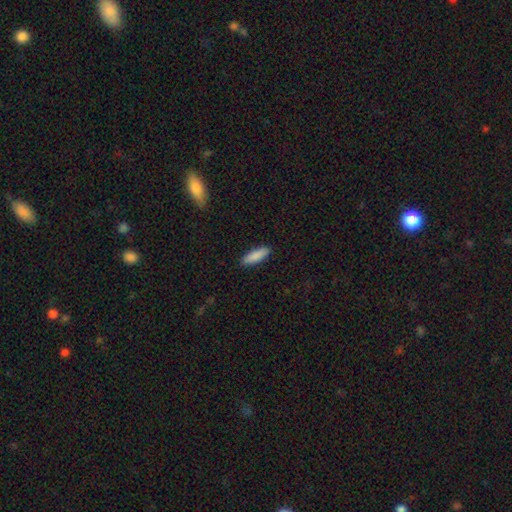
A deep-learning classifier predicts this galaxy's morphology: A smooth galaxy with no disk features (89%) that is cigar-shaped (54%).

Vote fractions:
- Smooth or featured? smooth: 89% / star or artifact: 6% / featured or disk: 6%
- How rounded? cigar-shaped: 54% / in between: 45% / round: 2%
- Merging? none: 90% / minor disturbance: 8% / major disturbance: 2% / merger: 1%